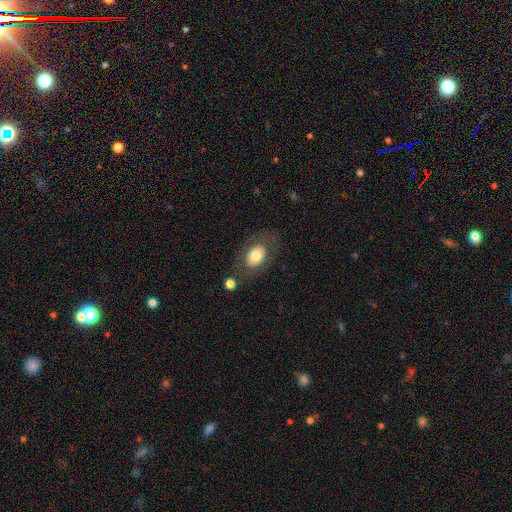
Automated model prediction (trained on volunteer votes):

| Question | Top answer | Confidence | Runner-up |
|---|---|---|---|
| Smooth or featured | smooth | 69% | featured or disk (23%) |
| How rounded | in between | 85% | round (14%) |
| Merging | none | 72% | minor disturbance (15%) |